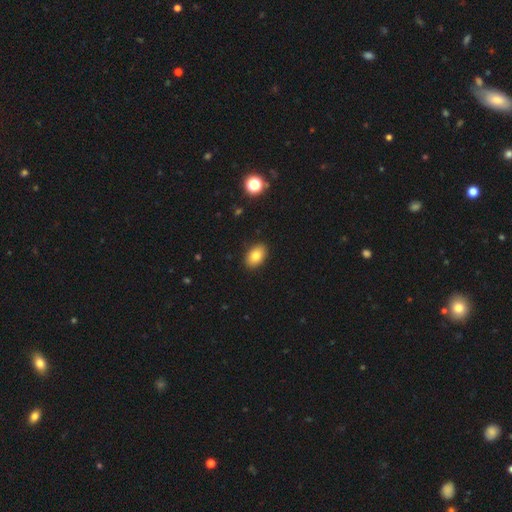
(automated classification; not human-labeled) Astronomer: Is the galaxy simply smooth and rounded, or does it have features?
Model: smooth — 82%.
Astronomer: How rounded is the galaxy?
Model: in between — 88%.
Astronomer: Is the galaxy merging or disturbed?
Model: none — 89%.